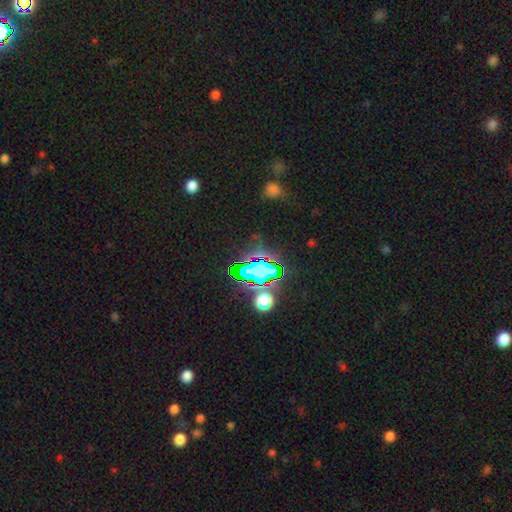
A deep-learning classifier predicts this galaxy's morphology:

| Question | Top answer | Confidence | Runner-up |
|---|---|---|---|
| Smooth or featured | star or artifact | 80% | smooth (12%) |